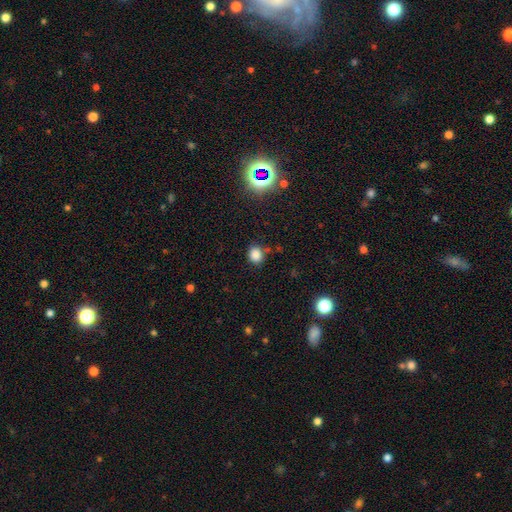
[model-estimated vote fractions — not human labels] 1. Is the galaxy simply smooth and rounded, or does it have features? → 82% smooth, 14% star or artifact, 4% featured or disk.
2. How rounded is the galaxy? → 69% round, 30% in between, 1% cigar-shaped.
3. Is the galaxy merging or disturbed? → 76% none, 15% minor disturbance, 5% merger, 4% major disturbance.